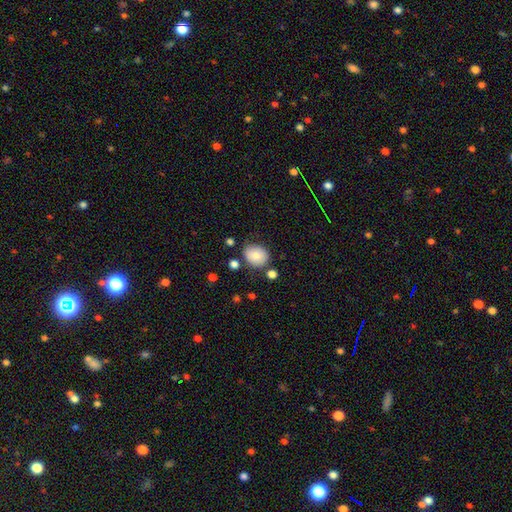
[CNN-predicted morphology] This is likely a smooth galaxy (77%). How rounded: likely round (62%). Merging: likely none (73%).